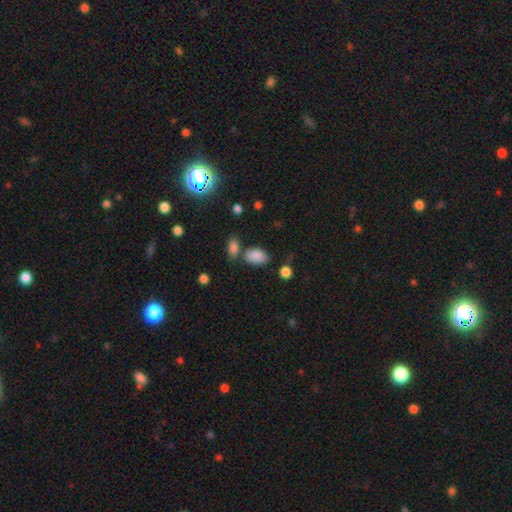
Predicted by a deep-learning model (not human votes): Smooth or featured?
  - smooth: 85% *
  - star or artifact: 10%
  - featured or disk: 5%
How rounded?
  - in between: 89% *
  - round: 9%
  - cigar-shaped: 1%
Merging?
  - none: 61% *
  - minor disturbance: 18%
  - merger: 15%
  - major disturbance: 6%